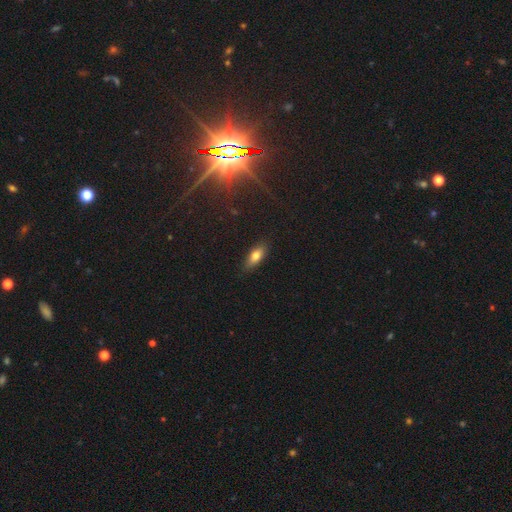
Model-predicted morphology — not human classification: This appears to be a smooth galaxy with no disk features (75%) that is in between round and cigar-shaped (75%). Merging: none (85%).